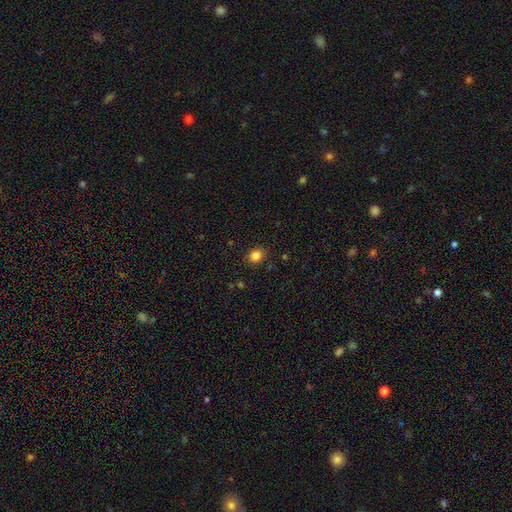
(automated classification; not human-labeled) Smooth or featured? Predicted: smooth (p=0.83). How rounded? Predicted: round (p=0.66). Merging? Predicted: none (p=0.89).